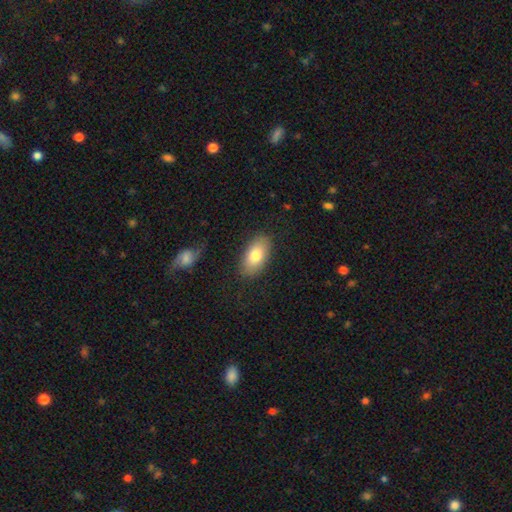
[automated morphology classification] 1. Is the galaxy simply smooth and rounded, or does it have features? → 78% smooth, 15% featured or disk, 7% star or artifact.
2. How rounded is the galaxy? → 92% in between, 4% round, 3% cigar-shaped.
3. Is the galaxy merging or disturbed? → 83% none, 12% minor disturbance, 3% major disturbance, 2% merger.